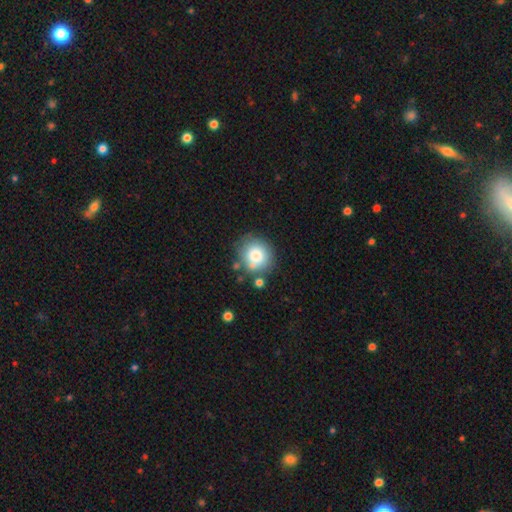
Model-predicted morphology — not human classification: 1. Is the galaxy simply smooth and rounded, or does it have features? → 78% smooth, 13% featured or disk, 10% star or artifact.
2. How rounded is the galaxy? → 84% round, 15% in between, 1% cigar-shaped.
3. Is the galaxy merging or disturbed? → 73% none, 14% minor disturbance, 9% merger, 5% major disturbance.